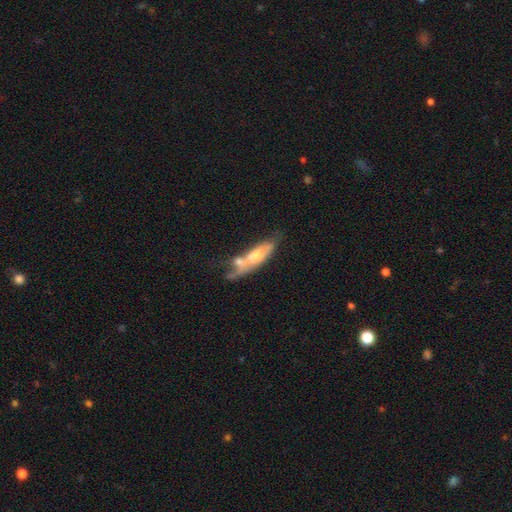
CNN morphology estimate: Overall: featured or disk (52%; smooth 42%). Edge-on disk: no (63%; yes 37%). Merging: merger (36%; none 28%).